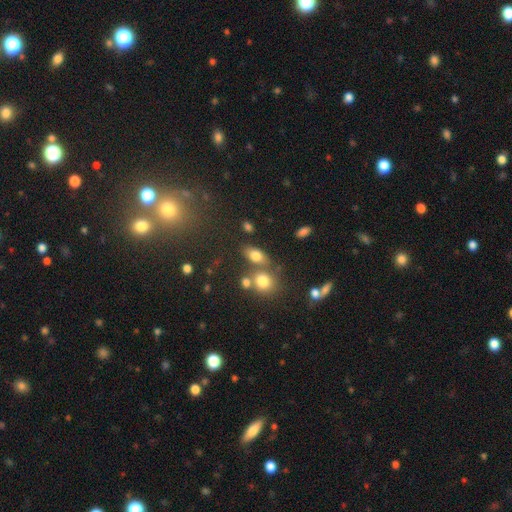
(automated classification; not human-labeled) Overall: smooth (75%). How rounded: in between (80%). Merging: none (58%; merger 24%).